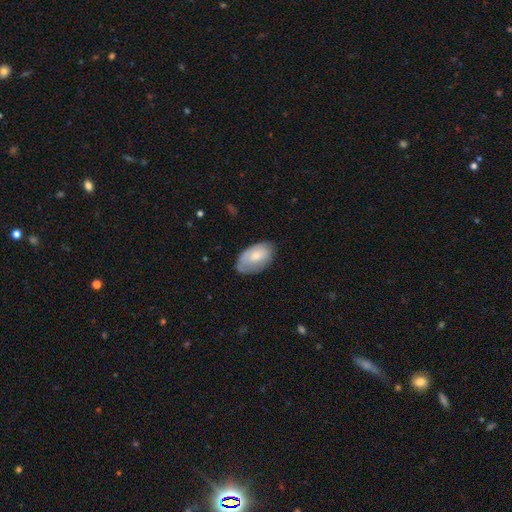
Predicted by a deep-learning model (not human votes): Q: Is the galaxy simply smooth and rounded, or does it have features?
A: smooth — 70%.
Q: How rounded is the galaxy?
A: in between — 94%.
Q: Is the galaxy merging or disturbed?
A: none — 61%.